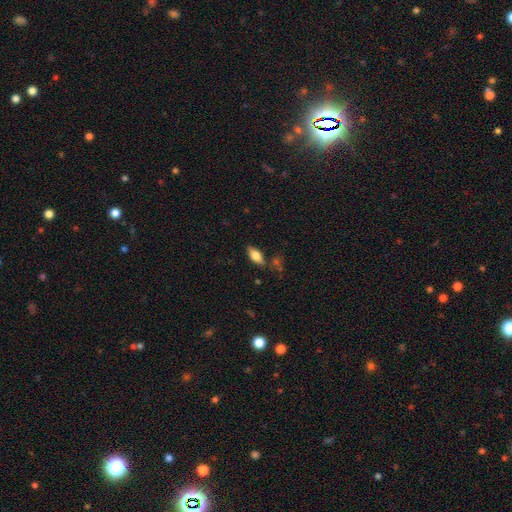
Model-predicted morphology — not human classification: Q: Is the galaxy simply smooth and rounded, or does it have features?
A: smooth — 75%.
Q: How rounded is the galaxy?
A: in between — 84%.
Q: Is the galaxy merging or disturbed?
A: none — 74%.